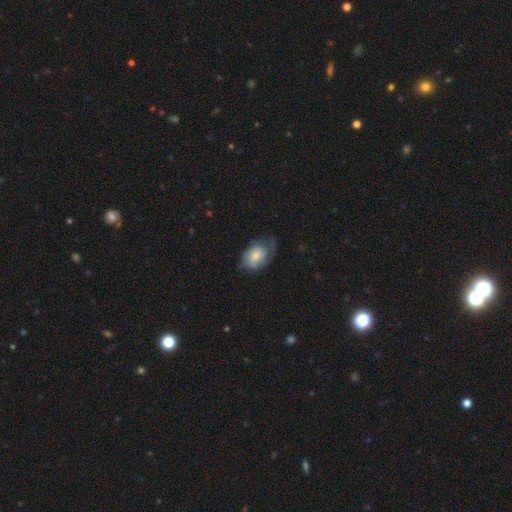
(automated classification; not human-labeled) Smooth or featured? Predicted: smooth (p=0.65). How rounded? Predicted: in between (p=0.80). Merging? Predicted: none (p=0.41).